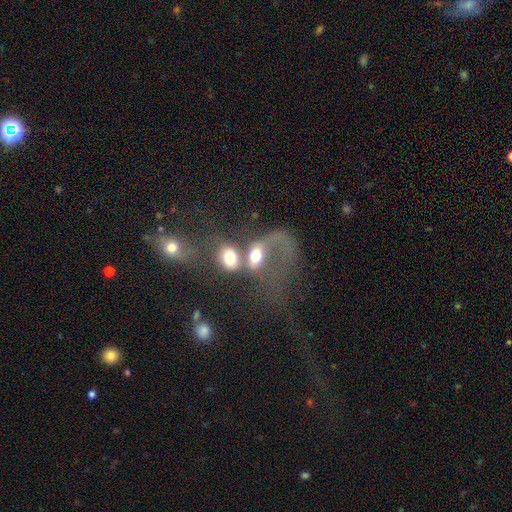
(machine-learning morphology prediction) A smooth galaxy with no disk features (49%). Merging: merger (65%).